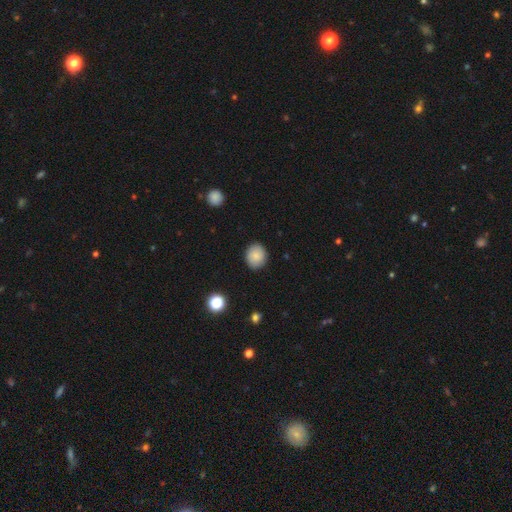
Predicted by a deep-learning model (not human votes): Smooth or featured: smooth — 85% (star or artifact — 8%)
How rounded: round — 71% (in between — 28%)
Merging: none — 88% (minor disturbance — 9%)